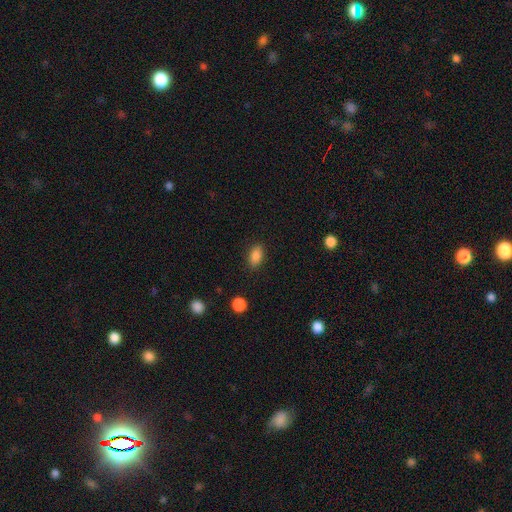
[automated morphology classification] Smooth or featured? smooth (87%)
How rounded? in between (89%)
Merging? none (86%)